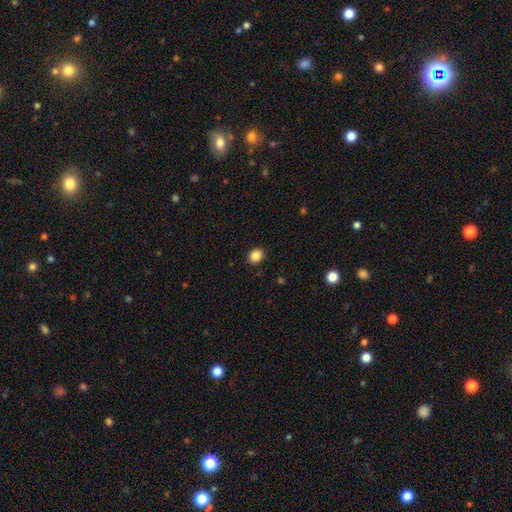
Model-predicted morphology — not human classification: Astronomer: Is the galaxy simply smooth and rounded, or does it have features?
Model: smooth — 86%.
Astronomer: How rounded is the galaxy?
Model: round — 53% (runner-up: in between, 47%).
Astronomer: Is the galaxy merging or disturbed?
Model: none — 89%.